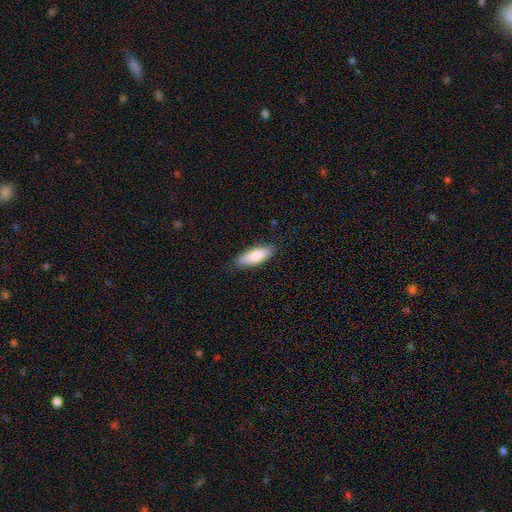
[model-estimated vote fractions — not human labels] Smooth or featured?
  - smooth: 83% *
  - featured or disk: 12%
  - star or artifact: 5%
How rounded?
  - in between: 65% *
  - cigar-shaped: 34%
  - round: 2%
Merging?
  - none: 86% *
  - minor disturbance: 11%
  - major disturbance: 2%
  - merger: 1%